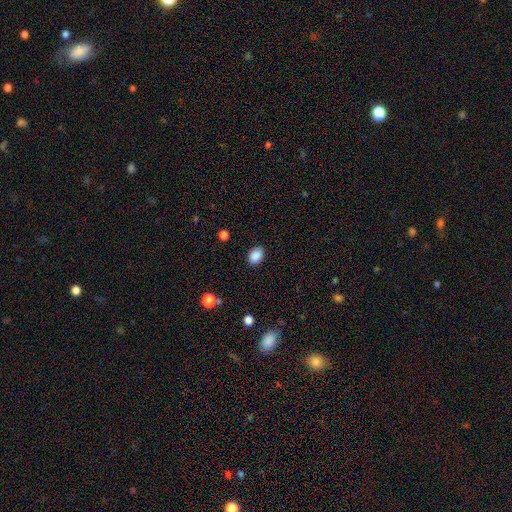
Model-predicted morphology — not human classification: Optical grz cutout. It shows a smooth galaxy with no disk features (89%) that is in between round and cigar-shaped (76%). Merging: none (87%).